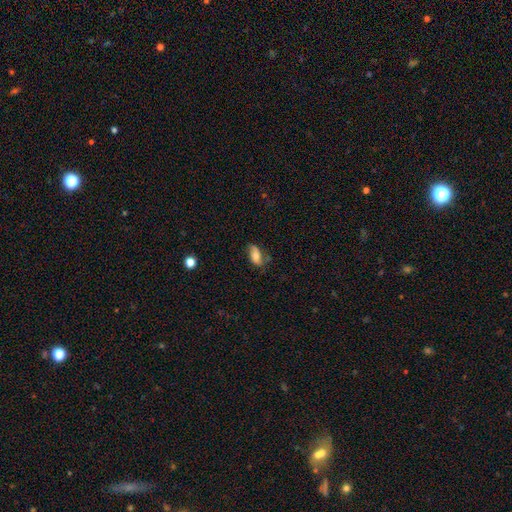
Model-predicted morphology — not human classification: Smooth or featured?
  - smooth: 64% *
  - featured or disk: 27%
  - star or artifact: 9%
How rounded?
  - in between: 88% *
  - cigar-shaped: 7%
  - round: 5%
Merging?
  - none: 53% *
  - minor disturbance: 31%
  - major disturbance: 12%
  - merger: 4%